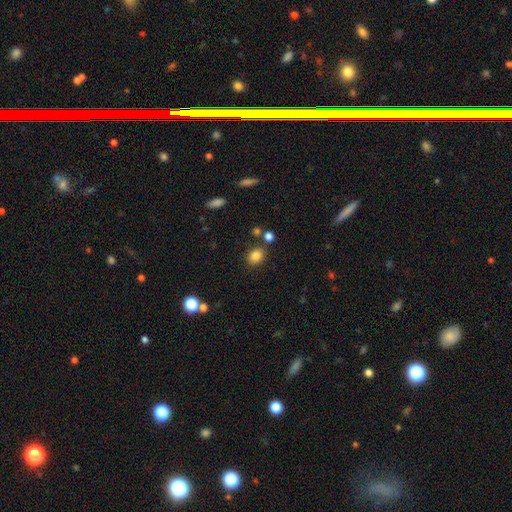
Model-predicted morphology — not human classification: Smooth or featured?
  - smooth: 83% *
  - star or artifact: 11%
  - featured or disk: 5%
How rounded?
  - round: 57% *
  - in between: 42%
  - cigar-shaped: 1%
Merging?
  - none: 79% *
  - minor disturbance: 10%
  - merger: 7%
  - major disturbance: 3%